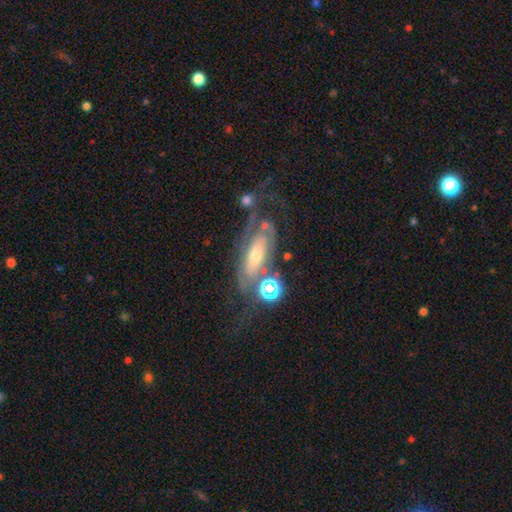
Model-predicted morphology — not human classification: smooth-or-featured: featured or disk: 73% | smooth: 17% | star or artifact: 10%
  disk-edge-on: no: 89% | yes: 11%
    bar: no: 64% | weak: 24% | strong: 12%
    has-spiral-arms: yes: 81% | no: 19%
      spiral-winding: tight: 49% | medium: 34% | loose: 17%
      spiral-arm-count: 2: 41% | can't tell: 38% | 1: 10% | 3: 6% | 4: 3% | more than 4: 3%
    bulge-size: moderate: 49% | small: 41% | large: 6% | none: 3% | dominant: 2%
  merging: none: 42% | major disturbance: 27% | minor disturbance: 19% | merger: 12%